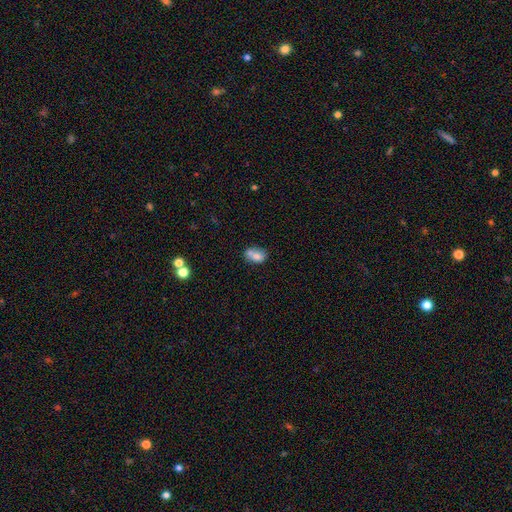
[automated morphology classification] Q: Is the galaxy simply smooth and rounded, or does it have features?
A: smooth — 72%.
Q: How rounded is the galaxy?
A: in between — 72%.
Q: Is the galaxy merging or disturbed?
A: merger — 43%.